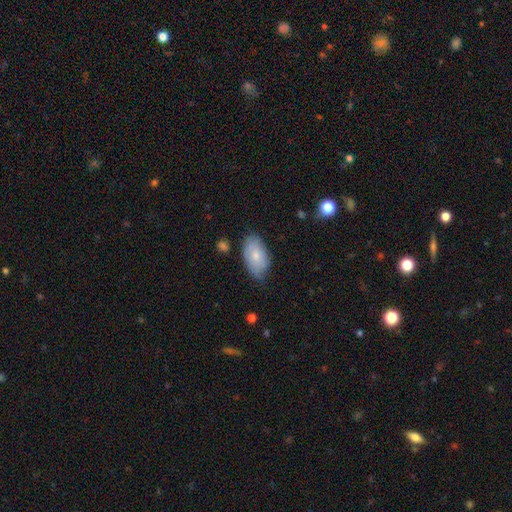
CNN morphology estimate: Smooth or featured? smooth (74%)
How rounded? in between (94%)
Merging? none (70%)